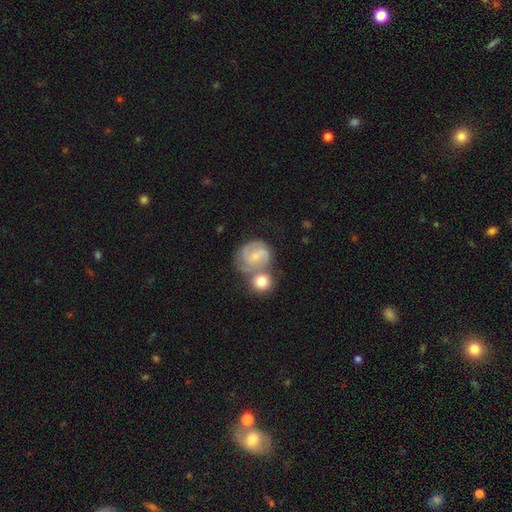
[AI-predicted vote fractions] This appears to be a featured or disk galaxy (71%) with no bar (48%), 2 (48%) tight (46%) spiral arms (93%) and a small central bulge (64%). Merging: none (42%).